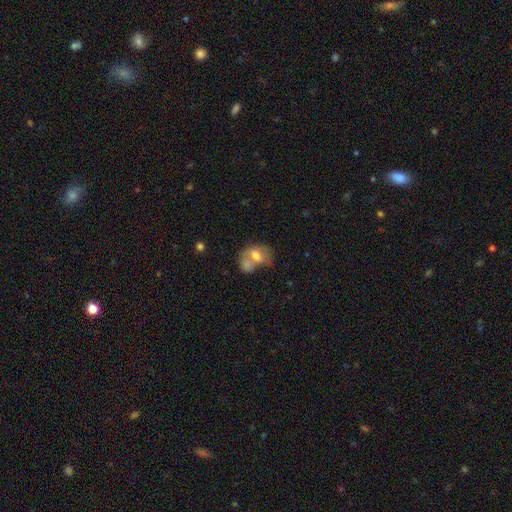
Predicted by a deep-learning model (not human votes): smooth 61%, featured or disk 30%, star or artifact 8%. Down the decision tree: how rounded — in between (71%); merging — merger (60%).